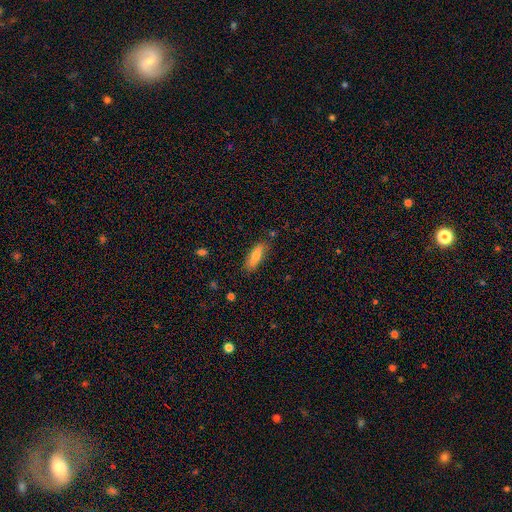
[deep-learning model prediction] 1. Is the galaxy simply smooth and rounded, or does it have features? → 81% smooth, 12% featured or disk, 7% star or artifact.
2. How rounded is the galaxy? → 51% in between, 48% cigar-shaped, 2% round.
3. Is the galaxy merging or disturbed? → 81% none, 14% minor disturbance, 3% major disturbance, 2% merger.